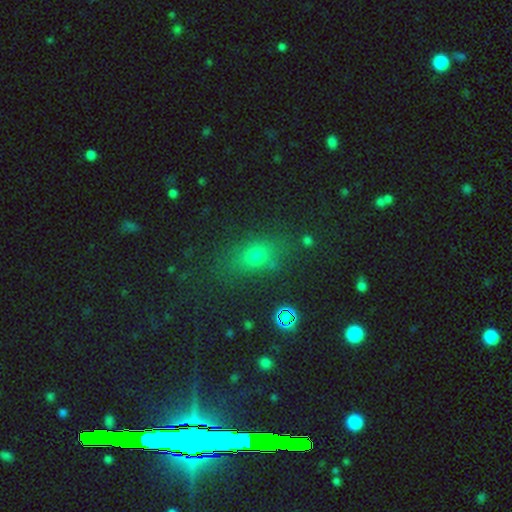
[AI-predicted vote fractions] This is likely a smooth galaxy (67%). How rounded: possibly in between (60%). Merging: likely none (73%).